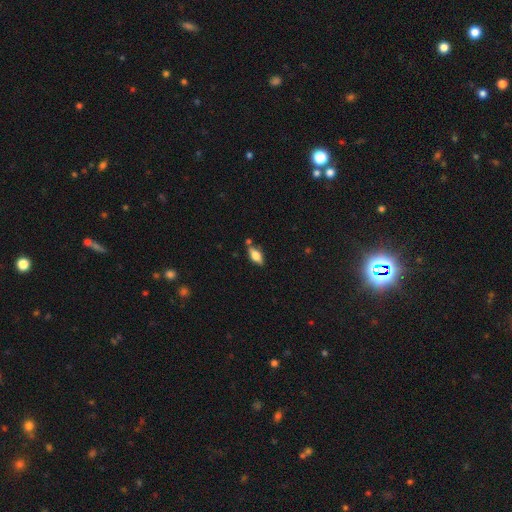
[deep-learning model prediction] Smooth or featured?
  - smooth: 65% *
  - featured or disk: 28%
  - star or artifact: 8%
How rounded?
  - in between: 81% *
  - cigar-shaped: 16%
  - round: 3%
Merging?
  - none: 71% *
  - minor disturbance: 18%
  - merger: 8%
  - major disturbance: 4%